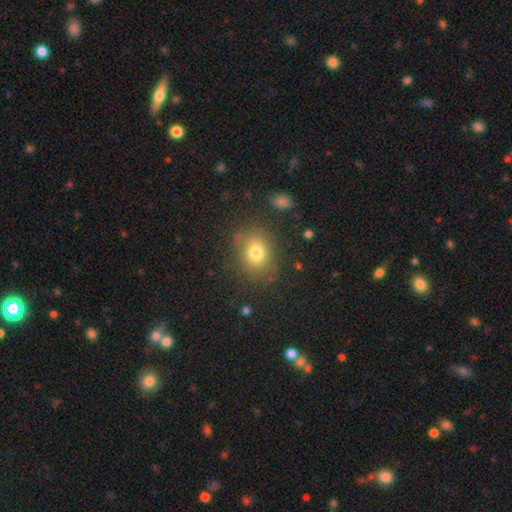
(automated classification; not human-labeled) Smooth or featured?
  - smooth: 76% *
  - star or artifact: 13%
  - featured or disk: 11%
How rounded?
  - round: 50% *
  - in between: 49%
  - cigar-shaped: 1%
Merging?
  - none: 80% *
  - minor disturbance: 12%
  - major disturbance: 5%
  - merger: 2%